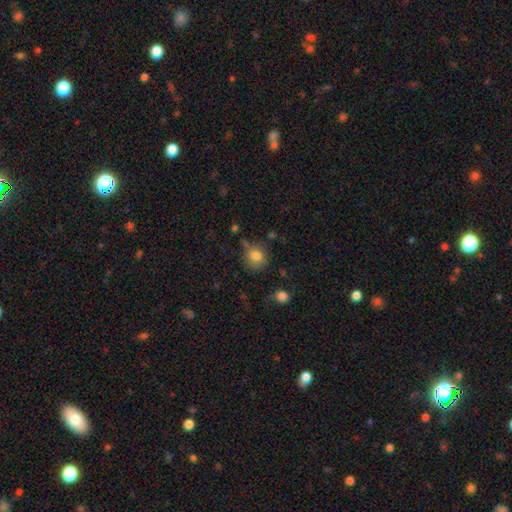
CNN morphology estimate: Smooth or featured: smooth — 81% (star or artifact — 11%)
How rounded: round — 82% (in between — 17%)
Merging: none — 68% (minor disturbance — 21%)